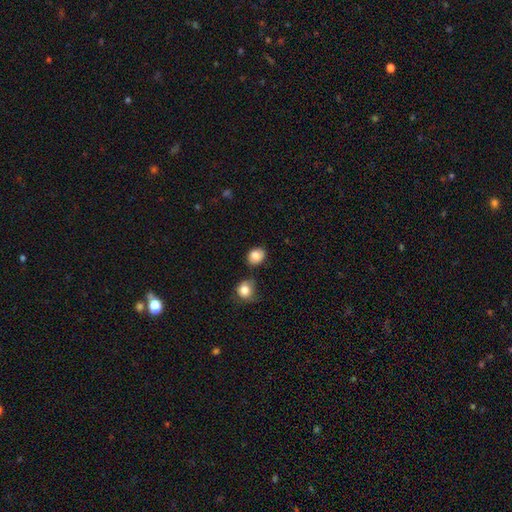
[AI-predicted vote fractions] Overall: smooth (84%). How rounded: round (55%; in between 43%). Merging: none (70%).